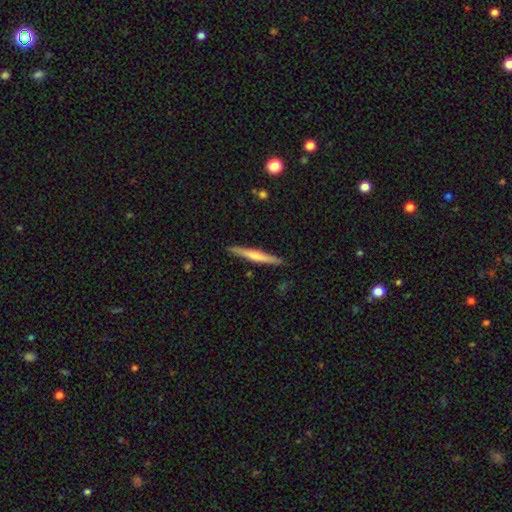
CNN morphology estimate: A smooth galaxy with no disk features (53%) that is cigar-shaped (96%).

Vote fractions:
- Smooth or featured? smooth: 53% / featured or disk: 42% / star or artifact: 5%
- How rounded? cigar-shaped: 96% / in between: 3% / round: 1%
- Merging? none: 90% / minor disturbance: 8% / major disturbance: 1% / merger: 1%